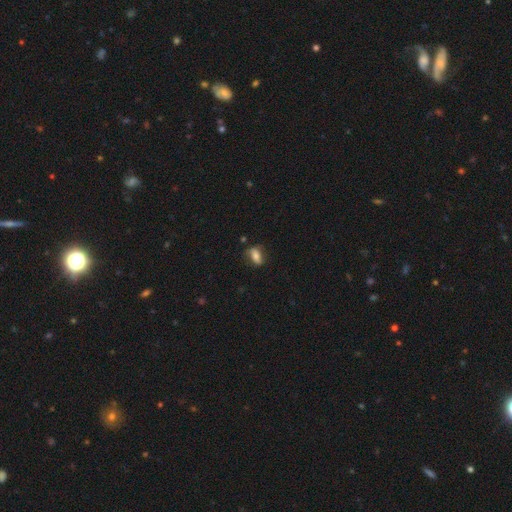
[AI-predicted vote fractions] This is likely a smooth galaxy (66%). How rounded: likely in between (80%). Merging: likely none (68%).